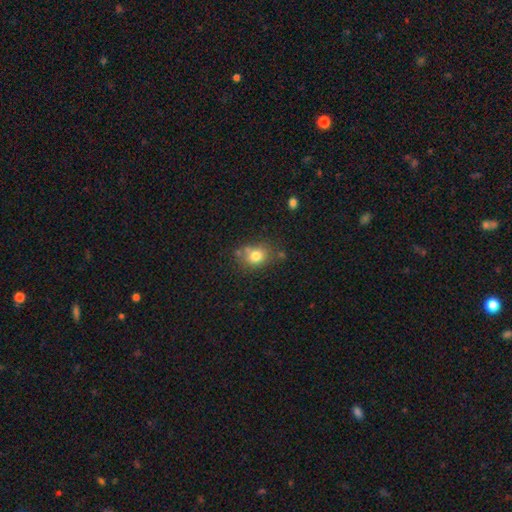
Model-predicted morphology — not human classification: smooth-or-featured: smooth: 78% | star or artifact: 12% | featured or disk: 11%
  how-rounded: round: 55% | in between: 44% | cigar-shaped: 1%
  merging: none: 64% | minor disturbance: 19% | merger: 11% | major disturbance: 6%